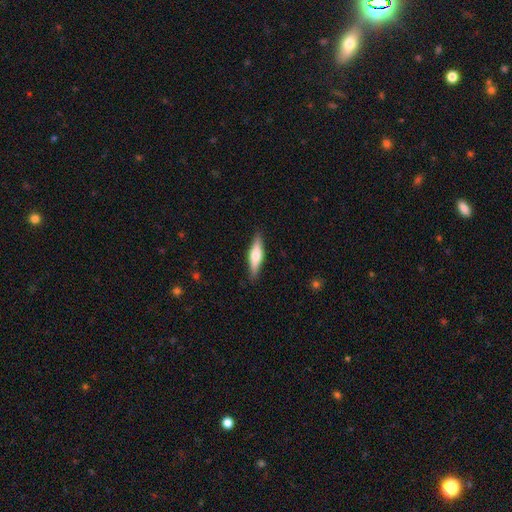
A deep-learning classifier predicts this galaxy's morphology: smooth 51%, featured or disk 43%, star or artifact 6%. Down the decision tree: how rounded — cigar-shaped (66%); merging — none (88%).